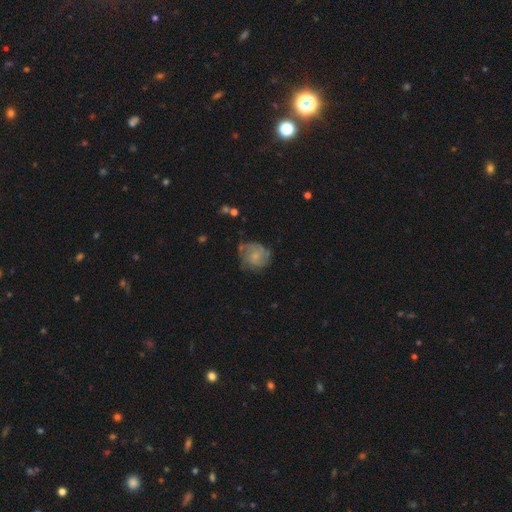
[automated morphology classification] This is likely a featured or disk galaxy (63%). It is clearly not viewed edge-on (98%). Bar: likely no (76%). Spiral arm pattern: clearly yes (85%). Spiral arm count: marginally can't tell (36%). Spiral winding: possibly tight (46%). Central bulge: possibly small (59%). Merging: likely none (62%).